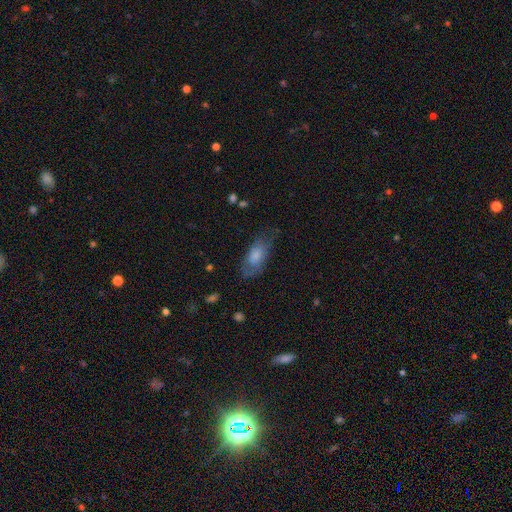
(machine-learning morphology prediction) Smooth or featured? Predicted: smooth (p=0.66). How rounded? Predicted: in between (p=0.87). Merging? Predicted: none (p=0.56).